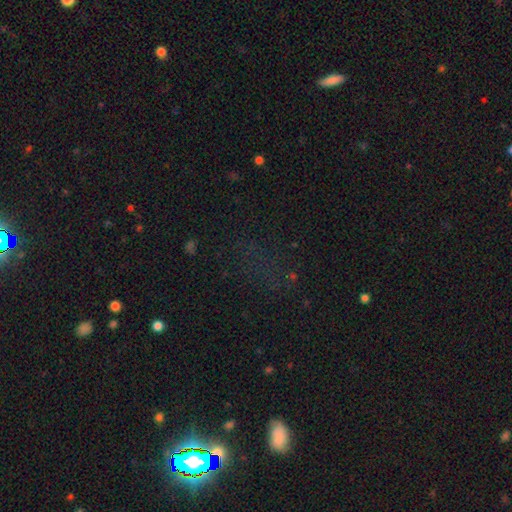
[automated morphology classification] This appears to be a star or artifact, not a galaxy (69%).